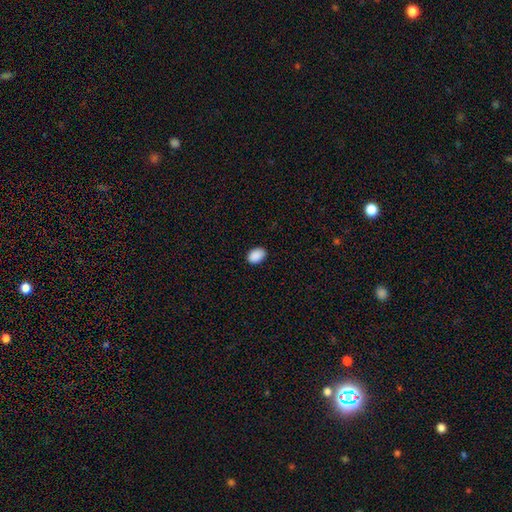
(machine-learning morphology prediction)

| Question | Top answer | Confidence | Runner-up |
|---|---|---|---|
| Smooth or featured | smooth | 91% | star or artifact (7%) |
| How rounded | in between | 84% | round (15%) |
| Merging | none | 88% | minor disturbance (9%) |